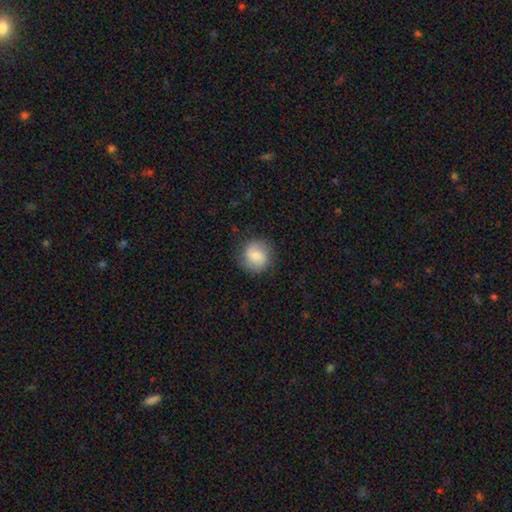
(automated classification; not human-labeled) This is likely a smooth galaxy (71%). How rounded: clearly round (90%). Merging: clearly none (84%).